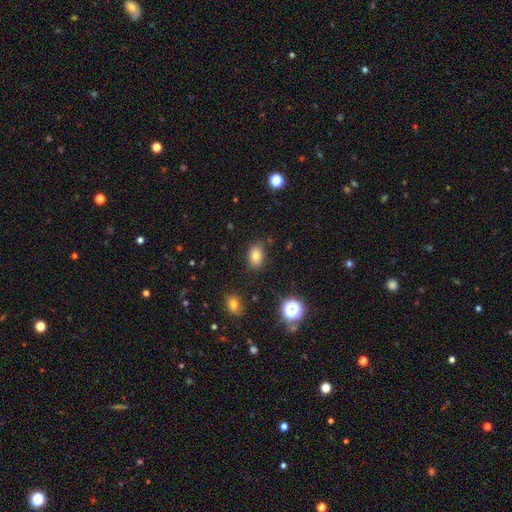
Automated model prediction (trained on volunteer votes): smooth-or-featured: smooth: 78% | star or artifact: 13% | featured or disk: 9%
  how-rounded: in between: 75% | round: 24% | cigar-shaped: 1%
  merging: none: 83% | minor disturbance: 12% | major disturbance: 3% | merger: 2%